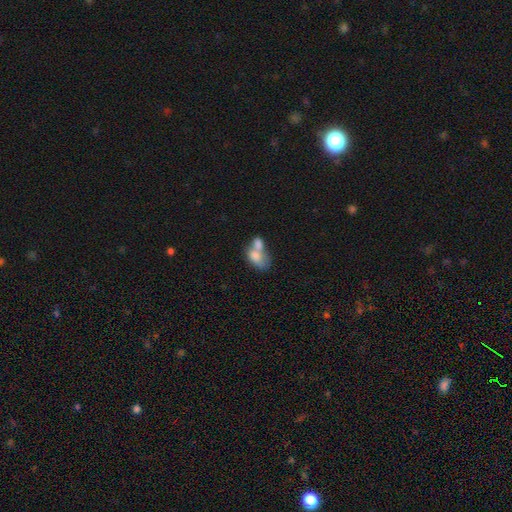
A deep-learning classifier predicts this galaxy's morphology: This appears to be a smooth galaxy with no disk features (71%) that is in between round and cigar-shaped (83%). Merging: merger (70%).